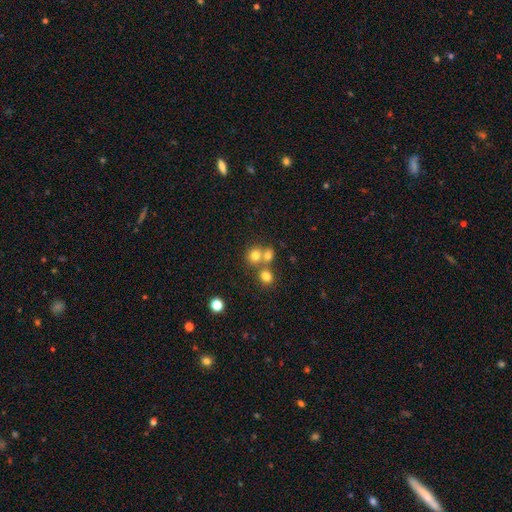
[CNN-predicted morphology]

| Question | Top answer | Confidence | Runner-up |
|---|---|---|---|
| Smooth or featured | smooth | 74% | star or artifact (15%) |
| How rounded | round | 81% | in between (19%) |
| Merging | none | 47% | merger (42%) |